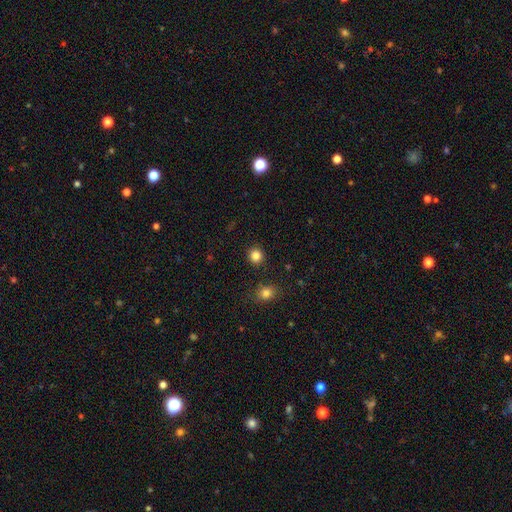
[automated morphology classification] A smooth galaxy with no disk features (85%) that is round (91%). Merging: none (90%).